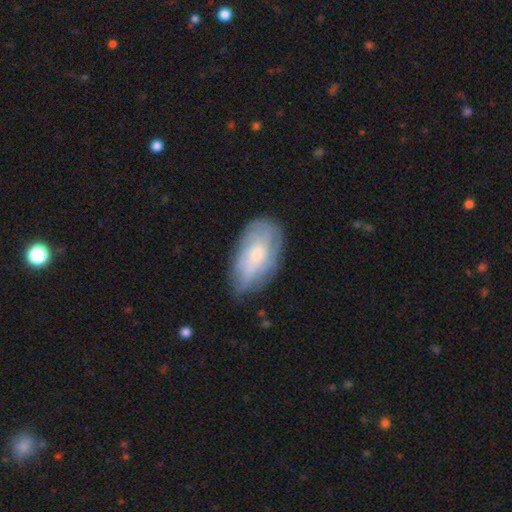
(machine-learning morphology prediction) Smooth or featured: featured or disk — 54% (smooth — 39%)
Edge-on disk: no — 92% (yes — 8%)
Bar: no — 79% (weak — 18%)
Spiral arms: yes — 75% (no — 25%)
Bulge size: small — 56% (moderate — 35%)
Merging: none — 68% (minor disturbance — 24%)